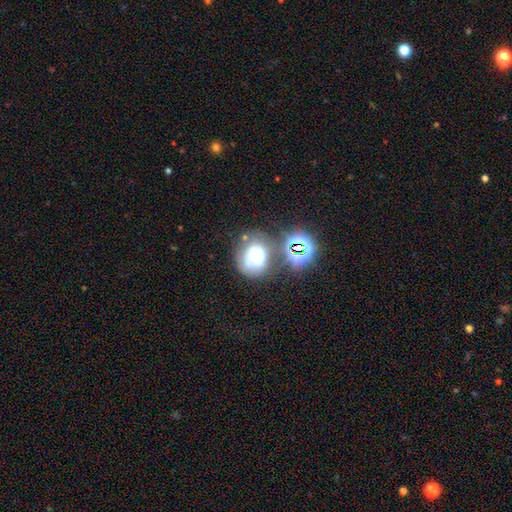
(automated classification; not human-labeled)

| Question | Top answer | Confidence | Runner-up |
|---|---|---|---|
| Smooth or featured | featured or disk | 45% | smooth (37%) |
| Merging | none | 44% | minor disturbance (22%) |